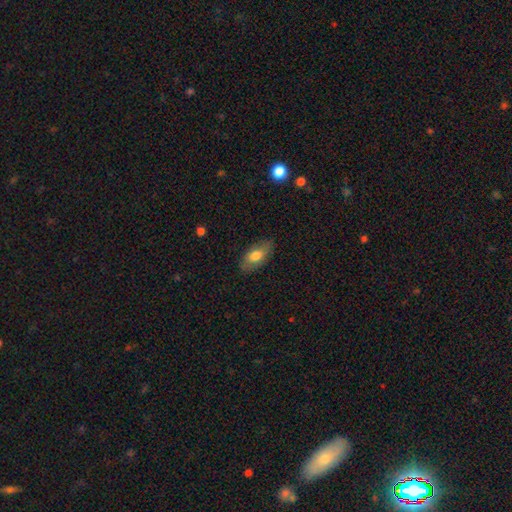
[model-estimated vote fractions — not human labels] smooth_or_featured: smooth (p=0.73) [alt: featured or disk p=0.20]
how_rounded: in between (p=0.89) [alt: cigar-shaped p=0.08]
merging: none (p=0.84) [alt: minor disturbance p=0.12]